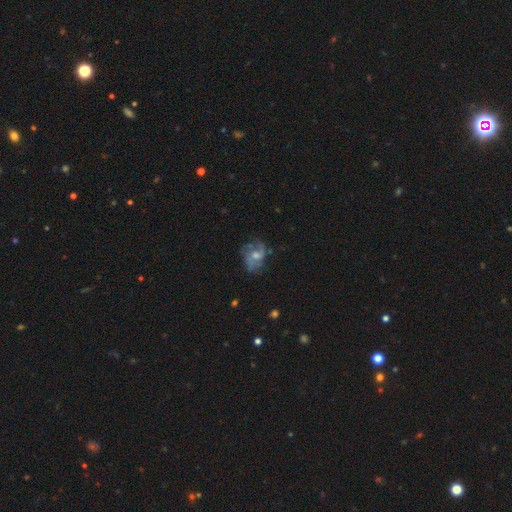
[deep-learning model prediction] featured or disk 65%, smooth 22%, star or artifact 13%. Down the decision tree: edge-on disk — no (97%); bar — no (62%); spiral arms — yes (82%); spiral arm count — 2 (37%); spiral winding — medium (46%); bulge size — moderate (58%); merging — none (65%).